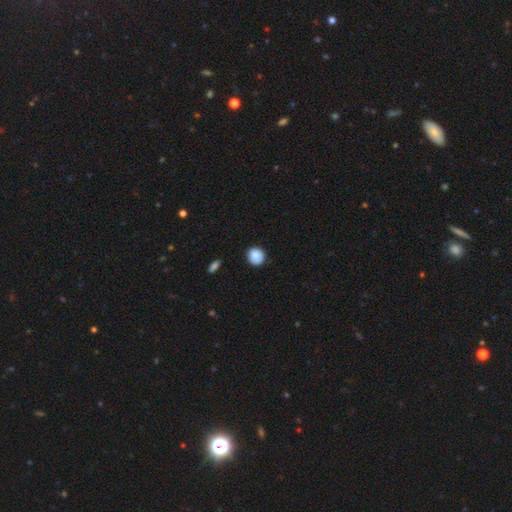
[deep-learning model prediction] A smooth galaxy with no disk features (85%) that is round (87%).

Vote fractions:
- Smooth or featured? smooth: 85% / star or artifact: 8% / featured or disk: 7%
- How rounded? round: 87% / in between: 12% / cigar-shaped: 1%
- Merging? none: 83% / minor disturbance: 14% / major disturbance: 2% / merger: 2%